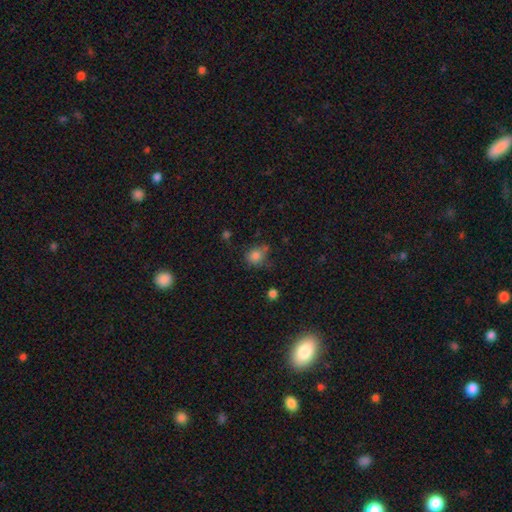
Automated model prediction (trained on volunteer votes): Overall: smooth (81%). How rounded: round (74%). Merging: none (58%; minor disturbance 23%).